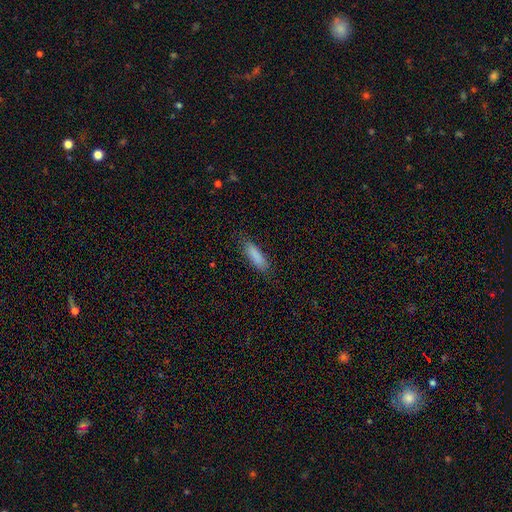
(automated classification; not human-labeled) Overall: smooth (87%). How rounded: cigar-shaped (52%; in between 46%). Merging: none (82%).